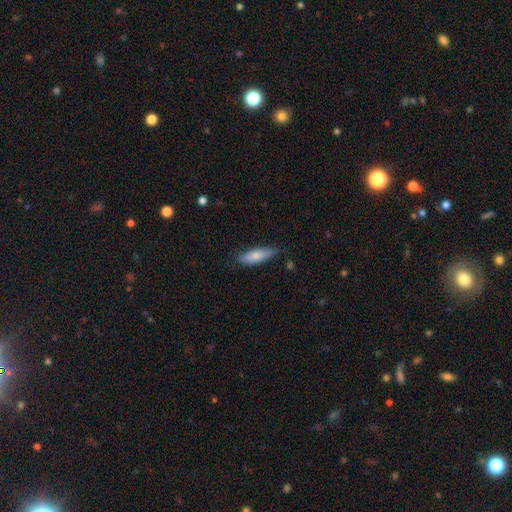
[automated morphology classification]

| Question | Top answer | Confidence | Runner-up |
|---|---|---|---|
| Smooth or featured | smooth | 78% | featured or disk (16%) |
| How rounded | cigar-shaped | 54% | in between (44%) |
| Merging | none | 77% | minor disturbance (18%) |